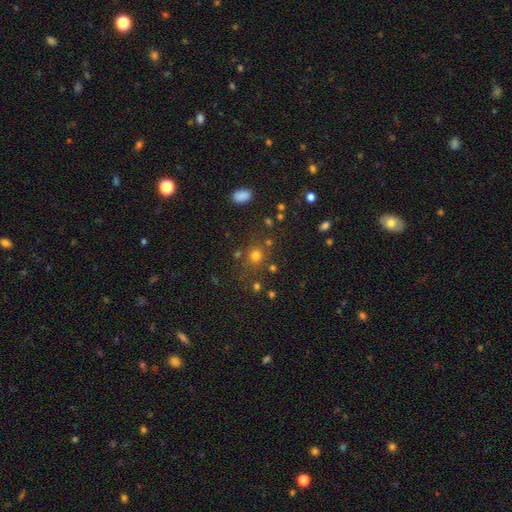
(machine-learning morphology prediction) Smooth or featured? smooth (71%)
How rounded? round (83%)
Merging? none (77%)